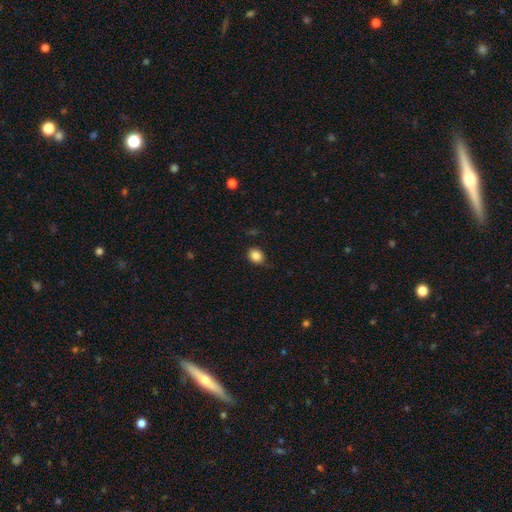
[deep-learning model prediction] smooth-or-featured: smooth: 86% | star or artifact: 10% | featured or disk: 4%
  how-rounded: in between: 52% | round: 47% | cigar-shaped: 1%
  merging: none: 77% | minor disturbance: 18% | major disturbance: 4% | merger: 1%